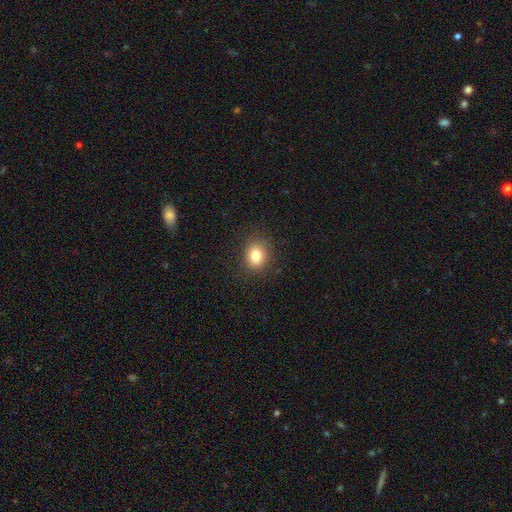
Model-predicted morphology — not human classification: This appears to be a smooth galaxy with no disk features (81%) that is round (61%). Merging: none (87%).